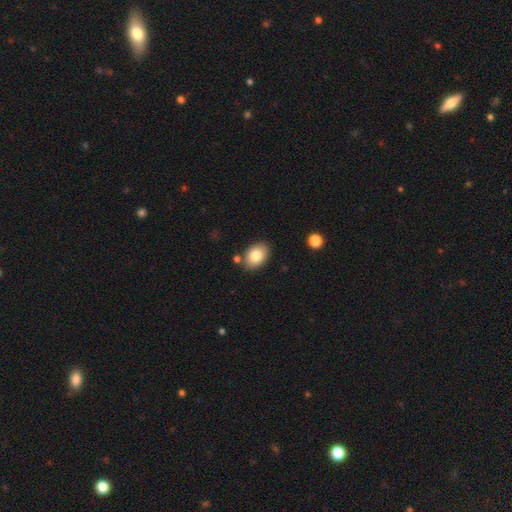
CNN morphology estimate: smooth_or_featured: smooth (p=0.83) [alt: featured or disk p=0.10]
how_rounded: in between (p=0.83) [alt: round p=0.16]
merging: none (p=0.81) [alt: minor disturbance p=0.11]